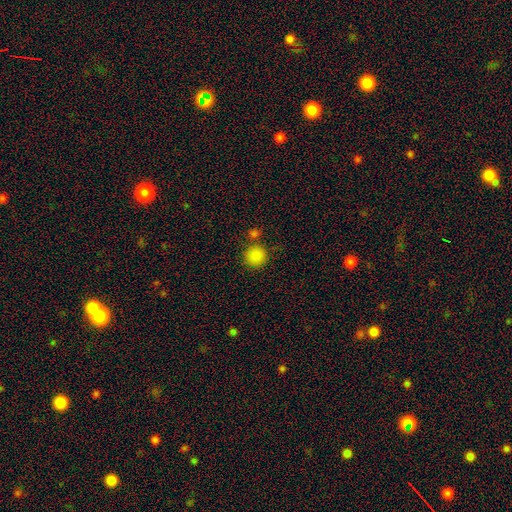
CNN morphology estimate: Smooth or featured?
  - smooth: 85% *
  - star or artifact: 11%
  - featured or disk: 5%
How rounded?
  - round: 93% *
  - in between: 6%
  - cigar-shaped: 1%
Merging?
  - none: 75% *
  - merger: 14%
  - minor disturbance: 8%
  - major disturbance: 3%